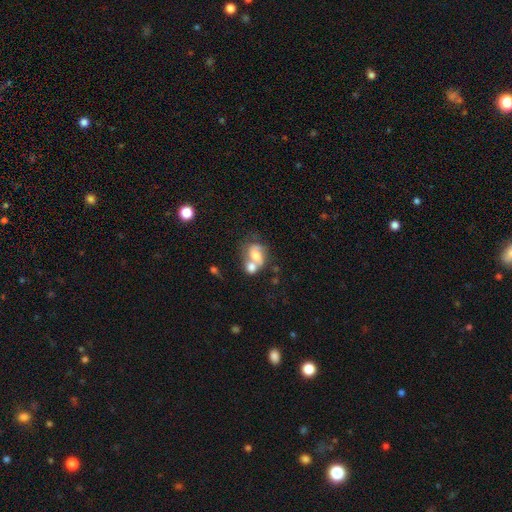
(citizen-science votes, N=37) Smooth or featured?
  - featured or disk: 51% *
  - smooth: 43%
  - star or artifact: 5%
Edge-on disk?
  - no: 95% *
  - yes: 5%
Bar?
  - no: 72% *
  - weak: 22%
  - strong: 6%
Spiral arms?
  - yes: 83% *
  - no: 17%
Spiral winding?
  - loose: 47% *
  - tight: 33%
  - medium: 20%
Spiral arm count?
  - 2: 93% *
  - 1: 7%
  - 3: 0%
  - 4: 0%
  - more than 4: 0%
  - can't tell: 0%
Bulge size?
  - moderate: 33% * (tied)
  - small: 33% * (tied)
  - large: 22%
  - dominant: 6%
  - none: 6%
Merging?
  - merger: 66% *
  - none: 23%
  - minor disturbance: 11%
  - major disturbance: 0%